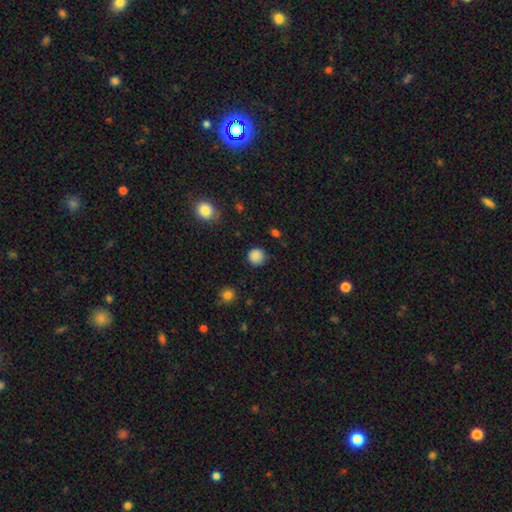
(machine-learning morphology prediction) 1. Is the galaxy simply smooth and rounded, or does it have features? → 87% smooth, 10% star or artifact, 3% featured or disk.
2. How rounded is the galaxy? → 92% round, 7% in between, 1% cigar-shaped.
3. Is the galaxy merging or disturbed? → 87% none, 9% minor disturbance, 3% major disturbance, 1% merger.